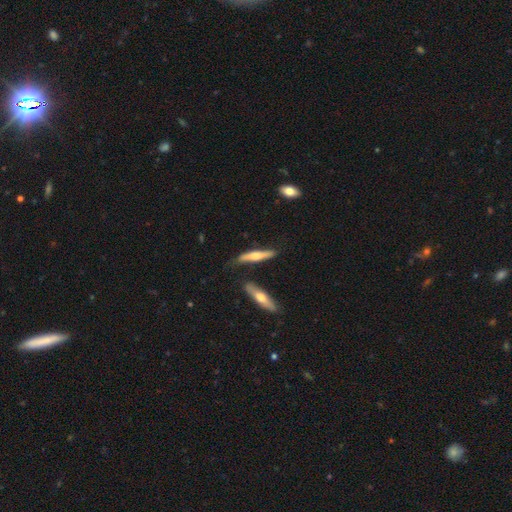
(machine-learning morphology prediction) smooth-or-featured: smooth: 49% | featured or disk: 46% | star or artifact: 6%
  merging: none: 73% | minor disturbance: 17% | merger: 6% | major disturbance: 4%